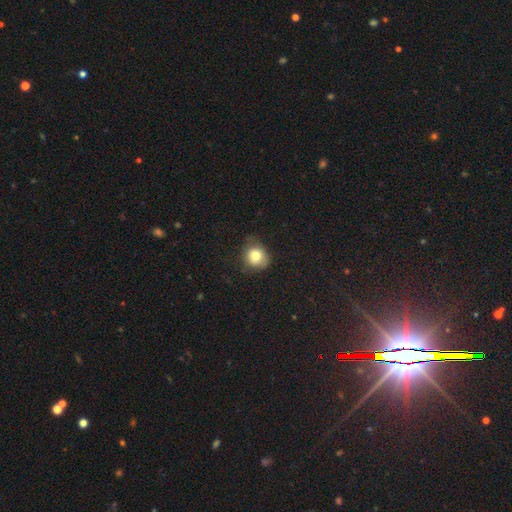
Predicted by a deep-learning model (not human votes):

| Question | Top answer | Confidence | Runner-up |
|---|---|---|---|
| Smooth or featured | smooth | 79% | featured or disk (11%) |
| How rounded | round | 80% | in between (19%) |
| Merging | none | 67% | minor disturbance (25%) |